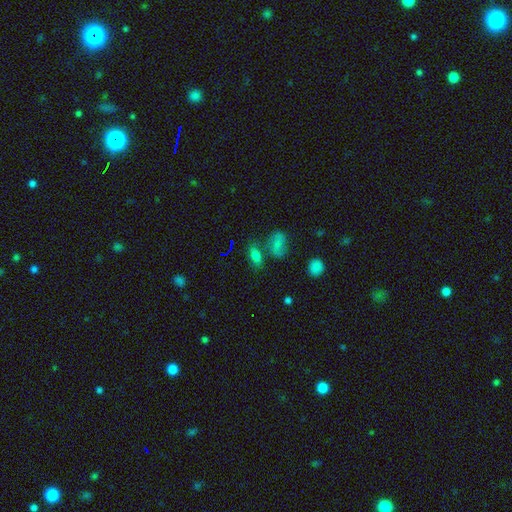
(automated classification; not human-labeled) smooth 67%, star or artifact 18%, featured or disk 15%. Down the decision tree: how rounded — in between (80%); merging — none (59%).